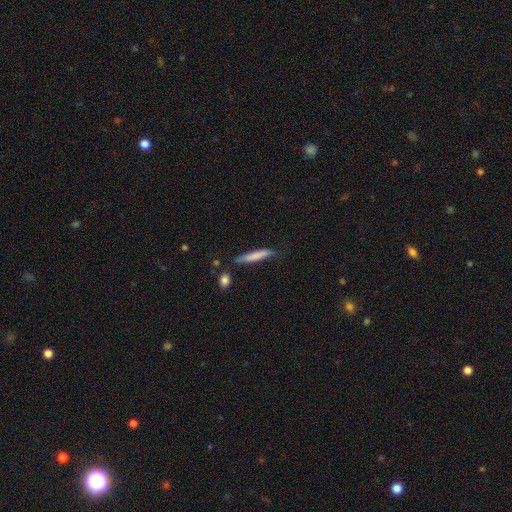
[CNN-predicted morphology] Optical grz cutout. It shows a smooth galaxy with no disk features (76%) that is cigar-shaped (92%). Merging: none (71%).